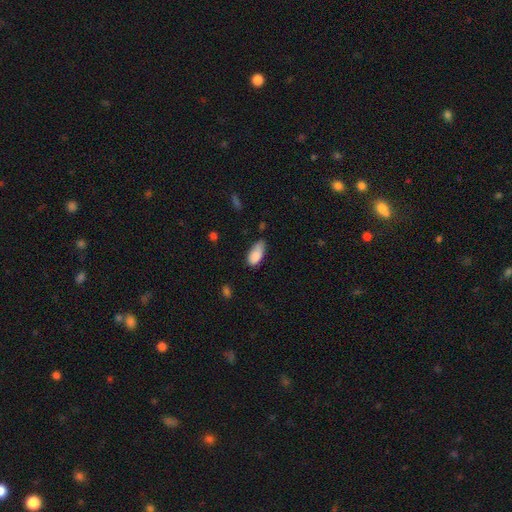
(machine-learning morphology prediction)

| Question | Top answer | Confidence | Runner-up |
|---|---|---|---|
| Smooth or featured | smooth | 85% | star or artifact (7%) |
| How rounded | in between | 89% | cigar-shaped (8%) |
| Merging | none | 43% | tied: minor disturbance (43%) |